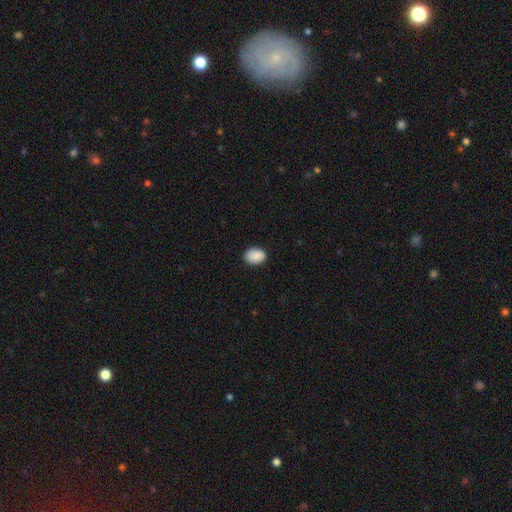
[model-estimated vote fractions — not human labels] The model was most divided on "how rounded": in between: 72%, round: 27%, cigar-shaped: 1%. More confident: smooth or featured — smooth (89%); merging — none (84%).